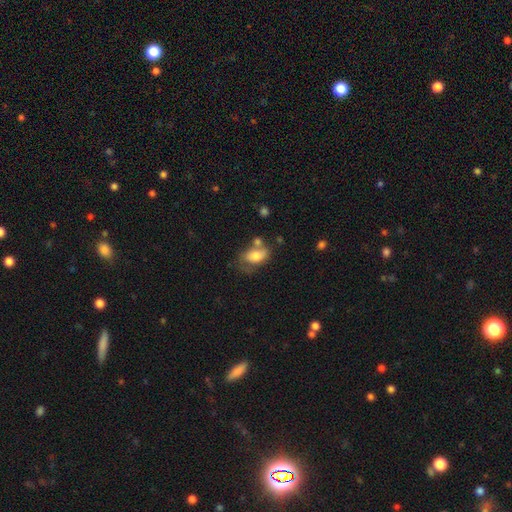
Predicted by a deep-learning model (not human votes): Smooth or featured? smooth (74%)
How rounded? in between (88%)
Merging? none (36%)